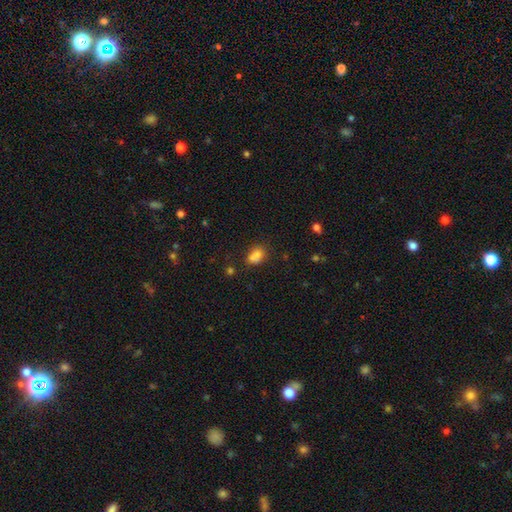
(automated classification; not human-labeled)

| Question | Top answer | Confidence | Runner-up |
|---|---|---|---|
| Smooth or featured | smooth | 70% | featured or disk (16%) |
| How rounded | round | 56% | in between (42%) |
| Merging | merger | 50% | none (35%) |